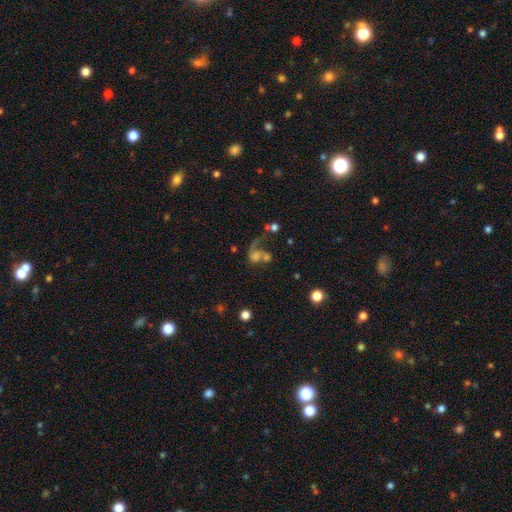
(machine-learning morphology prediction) featured or disk 43%, smooth 40%, star or artifact 17%. Down the decision tree: merging — merger (37%).